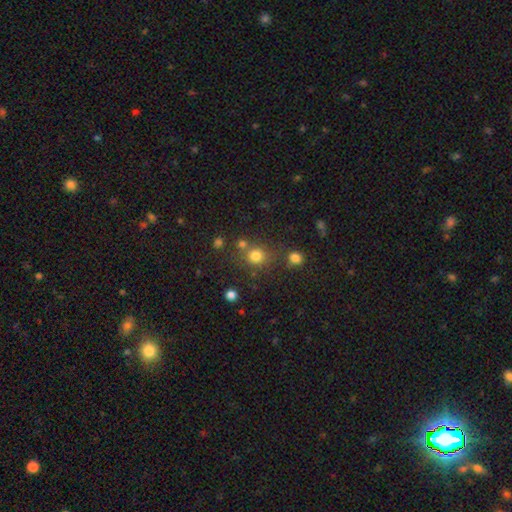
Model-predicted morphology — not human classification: This appears to be a smooth galaxy with no disk features (77%) that is round (85%). Merging: none (66%).